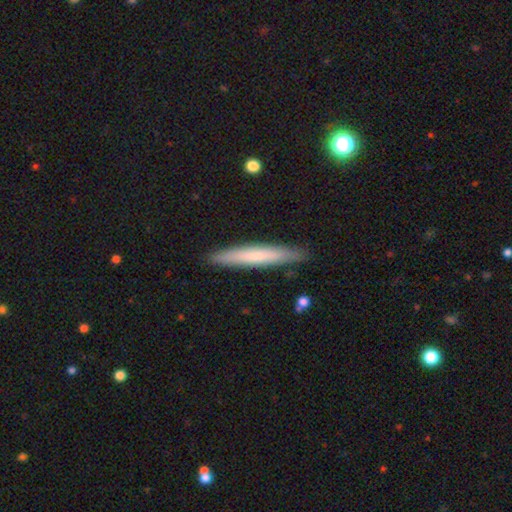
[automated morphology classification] smooth_or_featured: smooth (p=0.64) [alt: featured or disk p=0.30]
how_rounded: cigar-shaped (p=0.95) [alt: in between p=0.04]
merging: none (p=0.89) [alt: minor disturbance p=0.08]